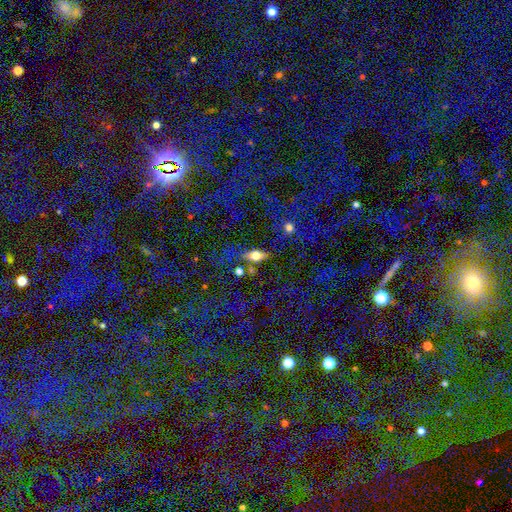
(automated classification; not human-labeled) smooth-or-featured: smooth: 57% | featured or disk: 29% | star or artifact: 14%
  how-rounded: in between: 60% | cigar-shaped: 20% | round: 20%
  merging: none: 70% | minor disturbance: 14% | merger: 9% | major disturbance: 7%